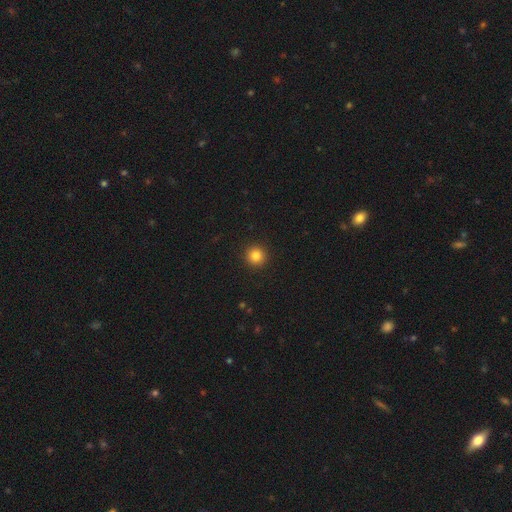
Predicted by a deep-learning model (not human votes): Smooth or featured?
  - smooth: 84% *
  - star or artifact: 12%
  - featured or disk: 5%
How rounded?
  - round: 95% *
  - in between: 4%
  - cigar-shaped: 1%
Merging?
  - none: 93% *
  - minor disturbance: 4%
  - major disturbance: 2%
  - merger: 1%